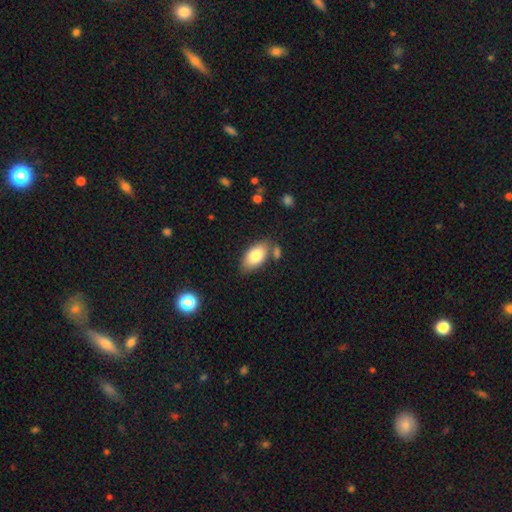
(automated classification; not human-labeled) A smooth galaxy with no disk features (79%) that is in between round and cigar-shaped (93%). Merging: none (72%).